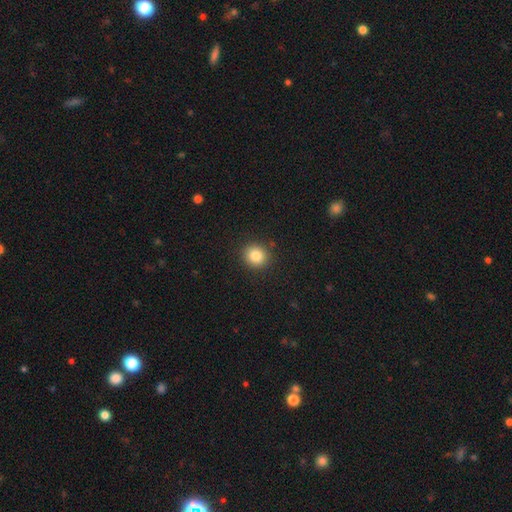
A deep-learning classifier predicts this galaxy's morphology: A smooth galaxy with no disk features (84%) that is round (87%). Merging: none (90%).